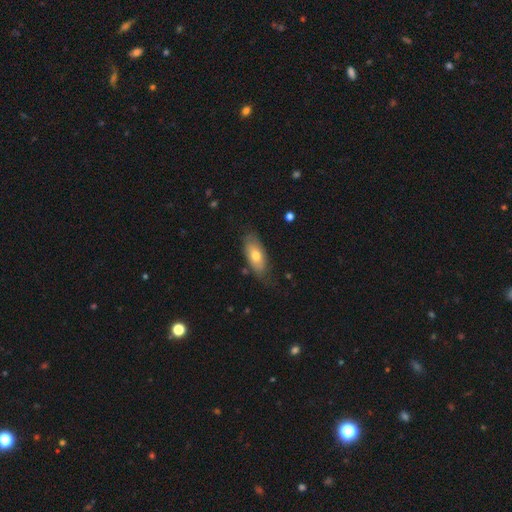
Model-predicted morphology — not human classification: Smooth or featured?
  - smooth: 68% *
  - featured or disk: 26%
  - star or artifact: 6%
How rounded?
  - in between: 83% *
  - cigar-shaped: 14%
  - round: 3%
Merging?
  - none: 68% *
  - minor disturbance: 24%
  - major disturbance: 6%
  - merger: 2%